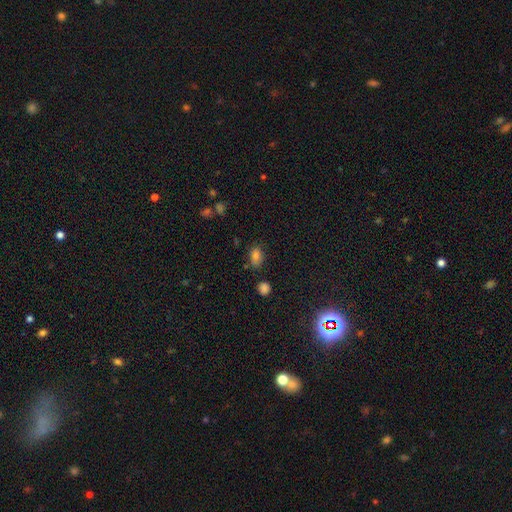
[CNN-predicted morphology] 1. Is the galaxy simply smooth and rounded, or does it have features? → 81% smooth, 13% star or artifact, 6% featured or disk.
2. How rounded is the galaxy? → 80% in between, 18% round, 2% cigar-shaped.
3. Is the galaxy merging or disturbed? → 72% none, 19% minor disturbance, 5% merger, 4% major disturbance.